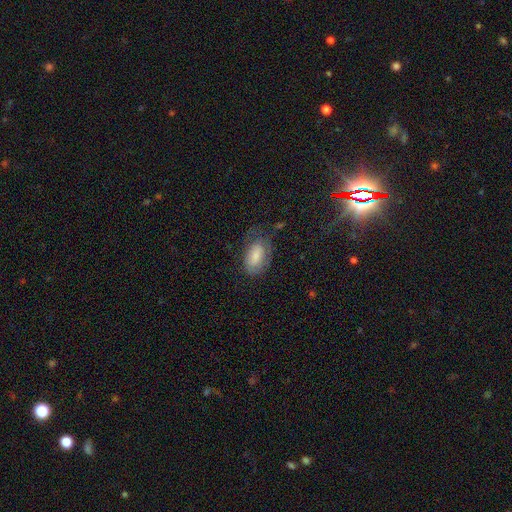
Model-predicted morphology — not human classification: smooth 68%, featured or disk 25%, star or artifact 8%. Down the decision tree: how rounded — in between (93%); merging — none (48%).